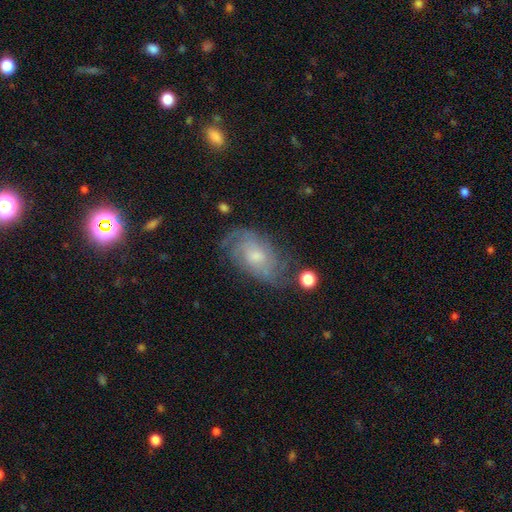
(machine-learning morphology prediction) smooth-or-featured: featured or disk: 72% | smooth: 20% | star or artifact: 8%
  disk-edge-on: no: 95% | yes: 5%
    bar: no: 67% | weak: 30% | strong: 4%
    has-spiral-arms: yes: 90% | no: 10%
      spiral-winding: tight: 48% | medium: 36% | loose: 15%
      spiral-arm-count: can't tell: 44% | 2: 25% | 3: 14% | 4: 7% | 1: 6% | more than 4: 5%
    bulge-size: small: 48% | moderate: 43% | none: 4% | large: 4% | dominant: 1%
  merging: none: 64% | minor disturbance: 22% | major disturbance: 12% | merger: 3%